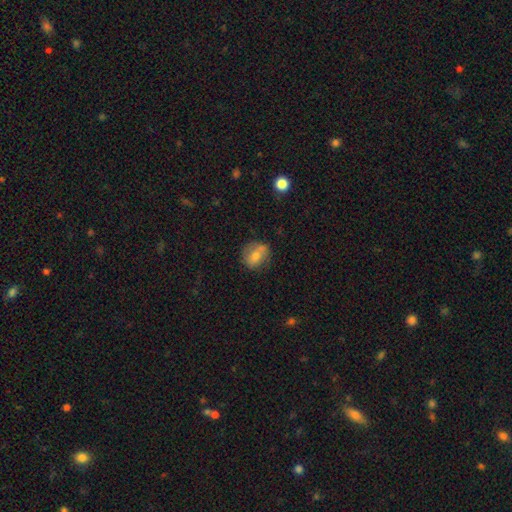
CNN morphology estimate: Q: Smooth or featured?
A: smooth (60%); runner-up: featured or disk (31%)
Q: How rounded?
A: round (58%); runner-up: in between (40%)
Q: Merging?
A: none (66%); runner-up: minor disturbance (21%)